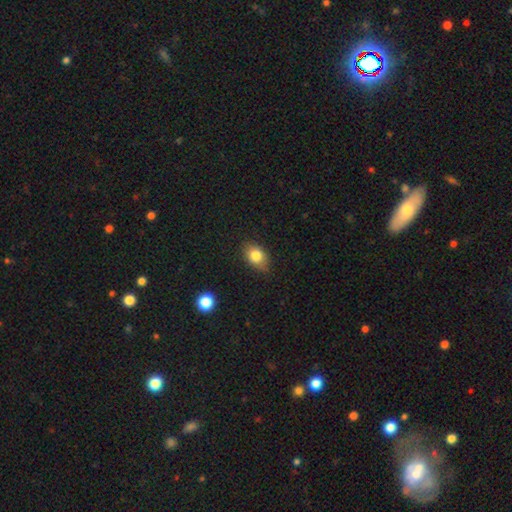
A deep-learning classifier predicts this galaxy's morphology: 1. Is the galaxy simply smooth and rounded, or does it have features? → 81% smooth, 10% star or artifact, 10% featured or disk.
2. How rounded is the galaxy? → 75% in between, 24% round, 2% cigar-shaped.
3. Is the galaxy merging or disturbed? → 80% none, 16% minor disturbance, 3% major disturbance, 1% merger.